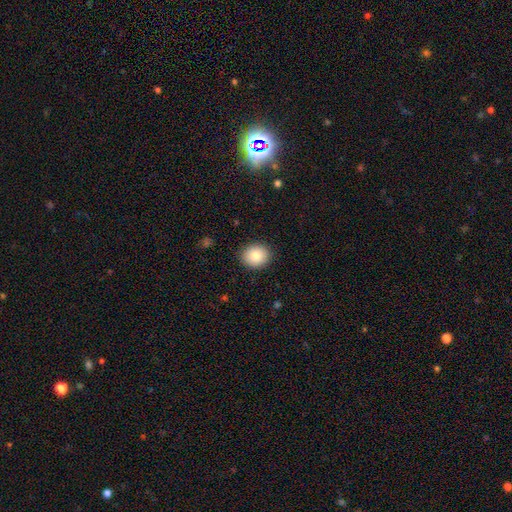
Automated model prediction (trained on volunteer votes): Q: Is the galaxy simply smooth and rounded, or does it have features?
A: smooth — 85%.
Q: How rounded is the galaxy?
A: round — 72%.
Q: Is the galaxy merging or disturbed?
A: none — 90%.